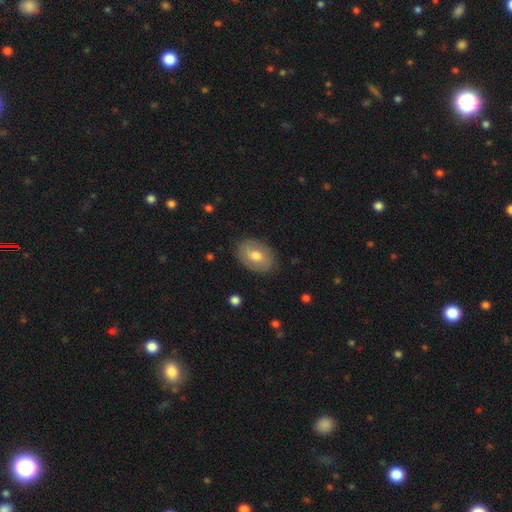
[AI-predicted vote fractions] A smooth galaxy with no disk features (66%) that is in between round and cigar-shaped (78%).

Vote fractions:
- Smooth or featured? smooth: 66% / featured or disk: 27% / star or artifact: 7%
- How rounded? in between: 78% / round: 21% / cigar-shaped: 1%
- Merging? none: 85% / minor disturbance: 11% / major disturbance: 3% / merger: 1%